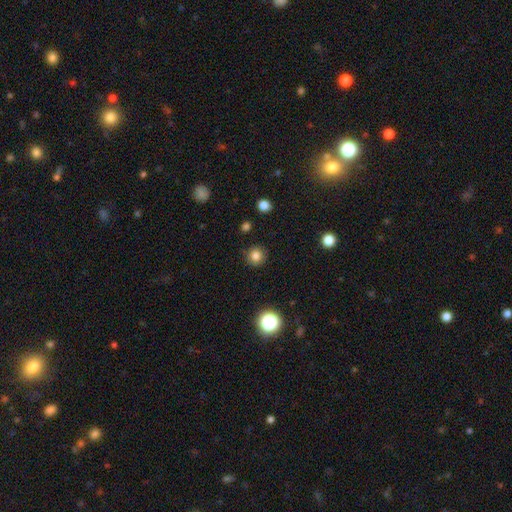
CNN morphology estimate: Smooth or featured? Predicted: smooth (p=0.82). How rounded? Predicted: round (p=0.93). Merging? Predicted: none (p=0.90).